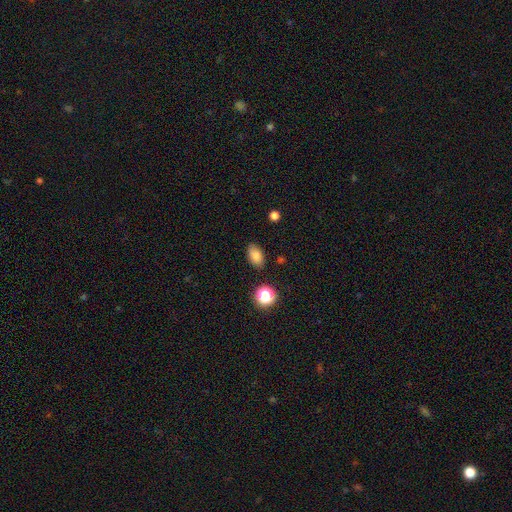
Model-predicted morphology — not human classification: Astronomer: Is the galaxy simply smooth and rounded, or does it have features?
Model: smooth — 83%.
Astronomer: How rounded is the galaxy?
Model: in between — 87%.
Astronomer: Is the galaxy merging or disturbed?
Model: none — 82%.